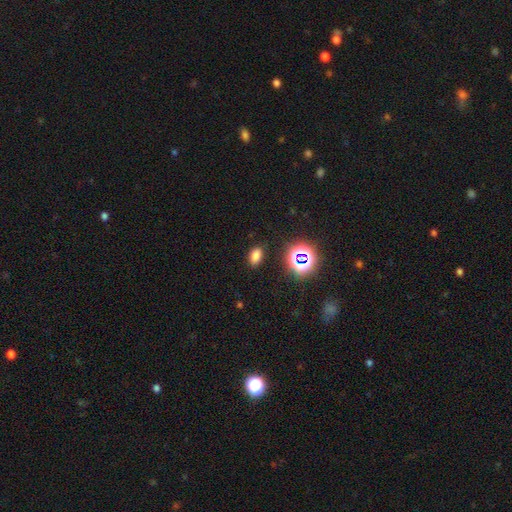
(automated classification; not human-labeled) smooth_or_featured: smooth (p=0.72) [alt: star or artifact p=0.22]
how_rounded: in between (p=0.87) [alt: round p=0.10]
merging: none (p=0.86) [alt: minor disturbance p=0.10]